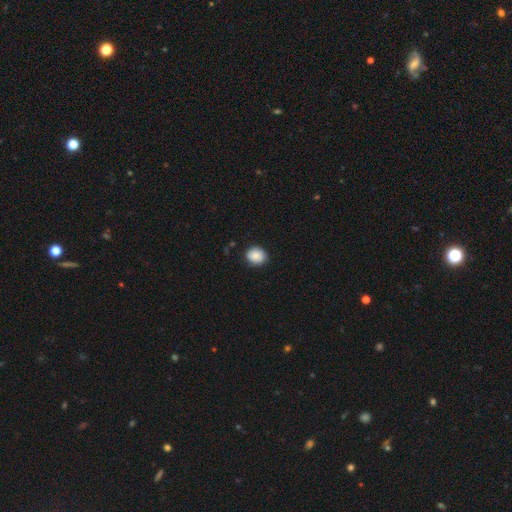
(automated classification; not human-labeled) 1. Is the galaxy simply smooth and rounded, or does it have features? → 84% smooth, 8% star or artifact, 8% featured or disk.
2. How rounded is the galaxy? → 69% round, 30% in between, 1% cigar-shaped.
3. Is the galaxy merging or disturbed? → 82% none, 14% minor disturbance, 3% major disturbance, 1% merger.